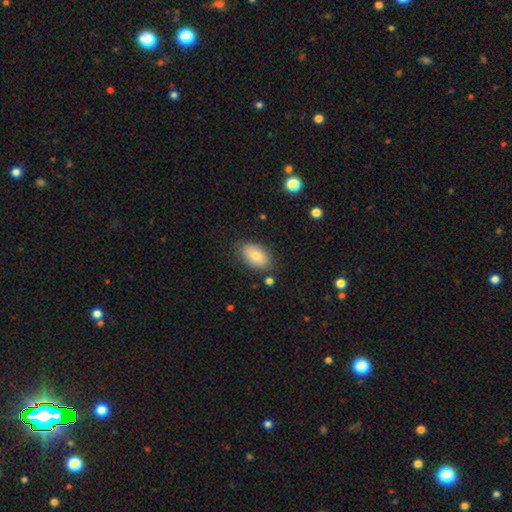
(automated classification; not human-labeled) Q: Smooth or featured?
A: smooth (79%); runner-up: featured or disk (13%)
Q: How rounded?
A: in between (92%); runner-up: round (6%)
Q: Merging?
A: none (82%); runner-up: minor disturbance (13%)